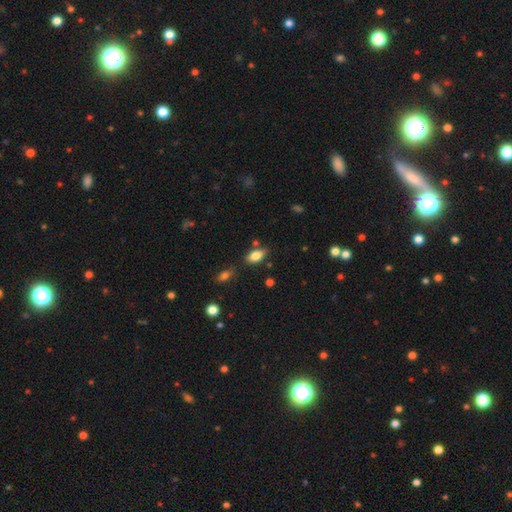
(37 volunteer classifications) smooth 78%, featured or disk 19%, star or artifact 3%. Down the decision tree: how rounded — in between (93%); merging — none (75%).